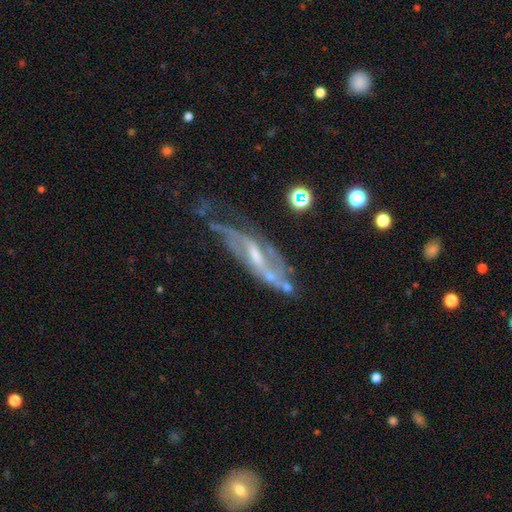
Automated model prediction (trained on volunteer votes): Morphology: type=featured or disk (80%); edge-on=no (78%); bar=weak (45%); spiral arms=yes (83%); winding=loose (42%); arm count=2 (64%); bulge=small (45%); merging=none (42%).